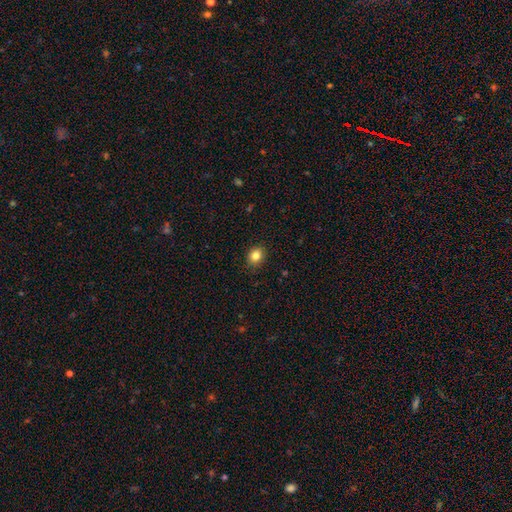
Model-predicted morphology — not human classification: Smooth or featured?
  - smooth: 84% *
  - star or artifact: 10%
  - featured or disk: 6%
How rounded?
  - round: 60% *
  - in between: 39%
  - cigar-shaped: 1%
Merging?
  - none: 89% *
  - minor disturbance: 8%
  - major disturbance: 2%
  - merger: 1%